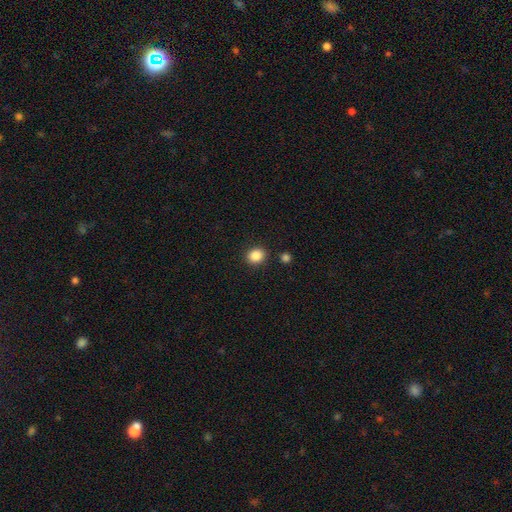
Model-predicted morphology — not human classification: Smooth or featured: smooth — 86% (star or artifact — 10%)
How rounded: round — 71% (in between — 28%)
Merging: none — 88% (minor disturbance — 7%)